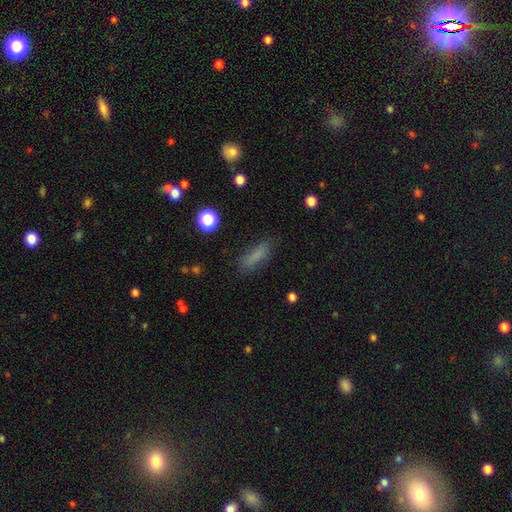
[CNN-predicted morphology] smooth-or-featured: smooth: 79% | star or artifact: 12% | featured or disk: 9%
  how-rounded: cigar-shaped: 62% | in between: 35% | round: 3%
  merging: none: 79% | minor disturbance: 14% | major disturbance: 5% | merger: 2%